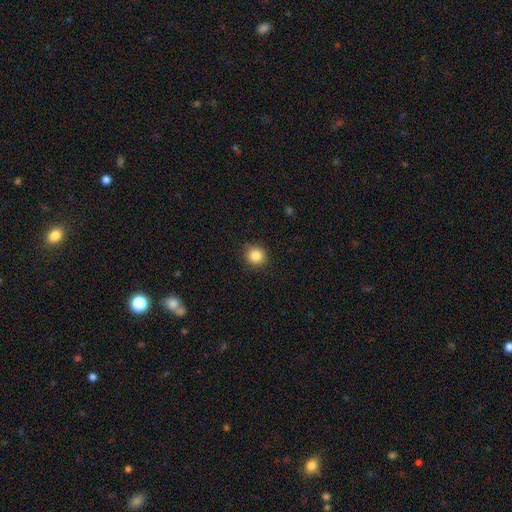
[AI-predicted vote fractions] Overall: smooth (85%). How rounded: round (89%). Merging: none (90%).